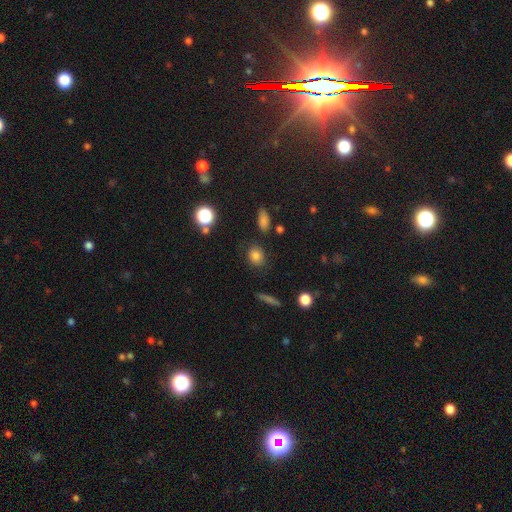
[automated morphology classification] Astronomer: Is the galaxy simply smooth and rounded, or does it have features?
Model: smooth — 81%.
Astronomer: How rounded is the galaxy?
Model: round — 63%.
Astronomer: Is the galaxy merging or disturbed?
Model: none — 83%.